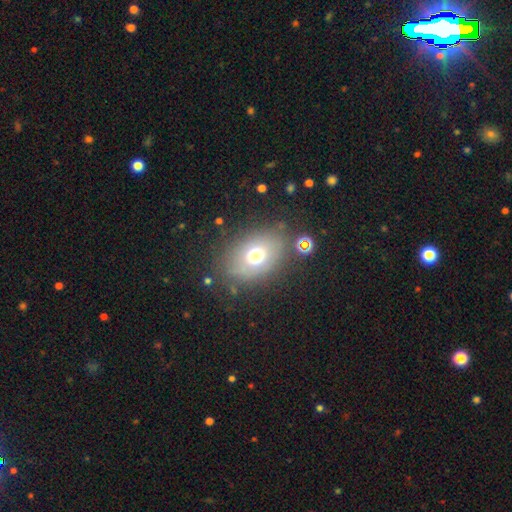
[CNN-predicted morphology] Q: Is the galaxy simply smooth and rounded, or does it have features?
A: smooth — 64%.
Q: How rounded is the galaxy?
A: in between — 69%.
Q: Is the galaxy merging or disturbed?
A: none — 77%.